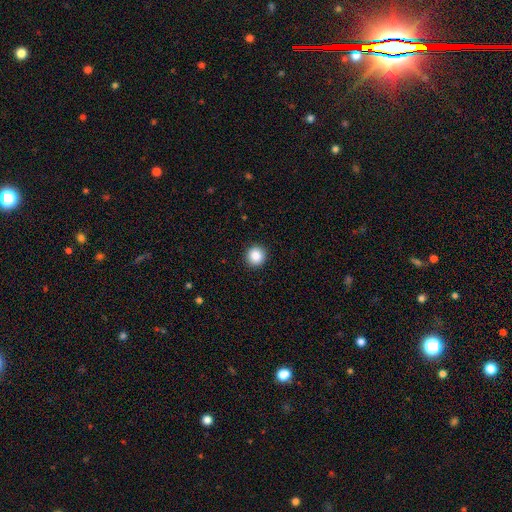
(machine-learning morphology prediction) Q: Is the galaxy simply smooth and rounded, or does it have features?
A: smooth — 87%.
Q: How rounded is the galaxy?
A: round — 95%.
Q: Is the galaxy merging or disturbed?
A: none — 93%.